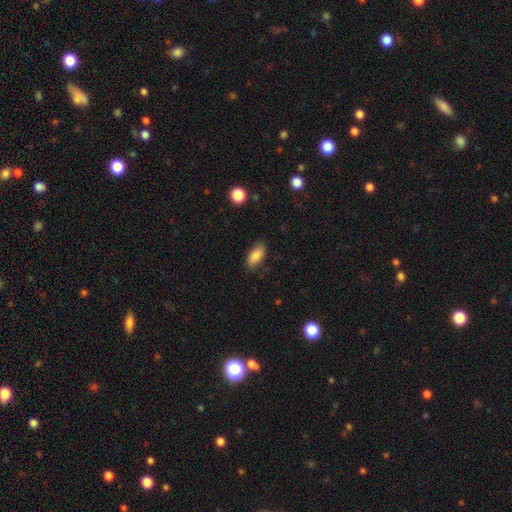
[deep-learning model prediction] Smooth or featured? smooth (85%)
How rounded? in between (89%)
Merging? none (81%)